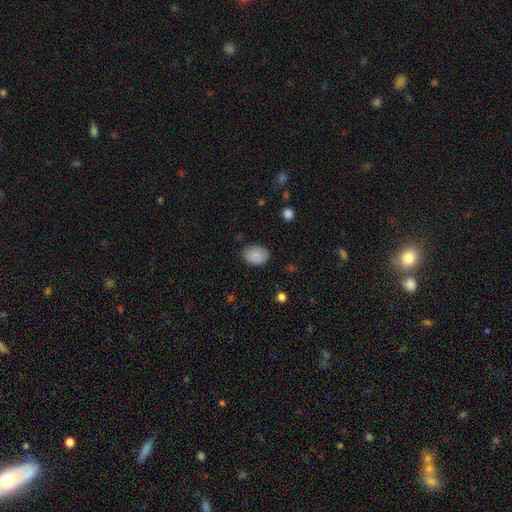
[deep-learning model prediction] A smooth galaxy with no disk features (83%) that is in between round and cigar-shaped (74%).

Vote fractions:
- Smooth or featured? smooth: 83% / featured or disk: 10% / star or artifact: 8%
- How rounded? in between: 74% / round: 25% / cigar-shaped: 1%
- Merging? none: 77% / minor disturbance: 18% / major disturbance: 3% / merger: 1%